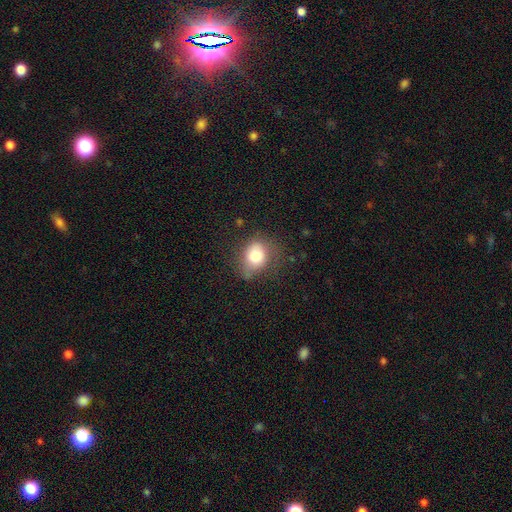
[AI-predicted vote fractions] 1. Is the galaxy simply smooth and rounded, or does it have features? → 76% smooth, 14% featured or disk, 10% star or artifact.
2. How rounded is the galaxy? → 52% round, 46% in between, 1% cigar-shaped.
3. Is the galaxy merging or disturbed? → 54% none, 31% minor disturbance, 13% major disturbance, 3% merger.